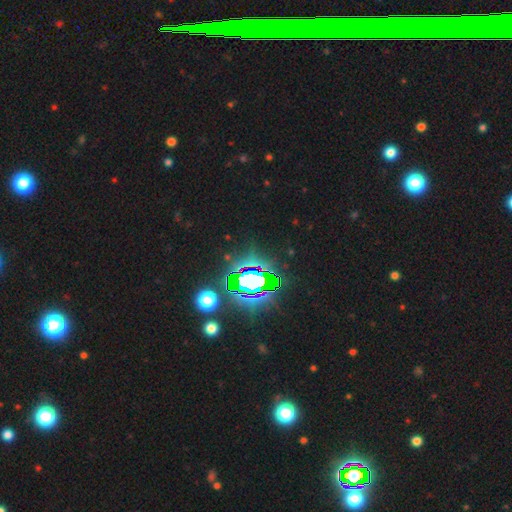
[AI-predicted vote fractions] This appears to be a star or artifact, not a galaxy (83%).